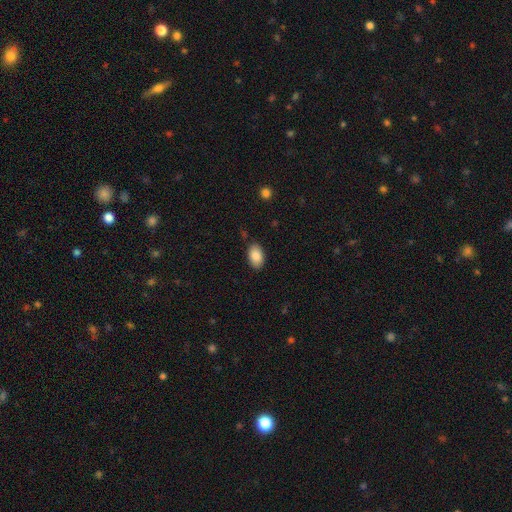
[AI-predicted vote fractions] Smooth or featured? Predicted: smooth (p=0.87). How rounded? Predicted: in between (p=0.92). Merging? Predicted: none (p=0.86).